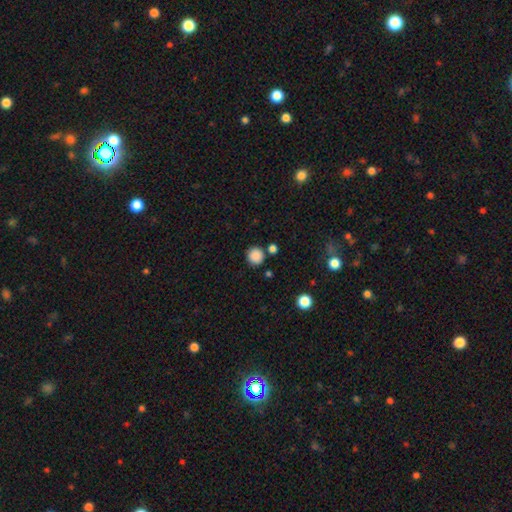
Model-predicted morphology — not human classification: This appears to be a smooth galaxy with no disk features (87%) that is round (93%). Merging: none (84%).